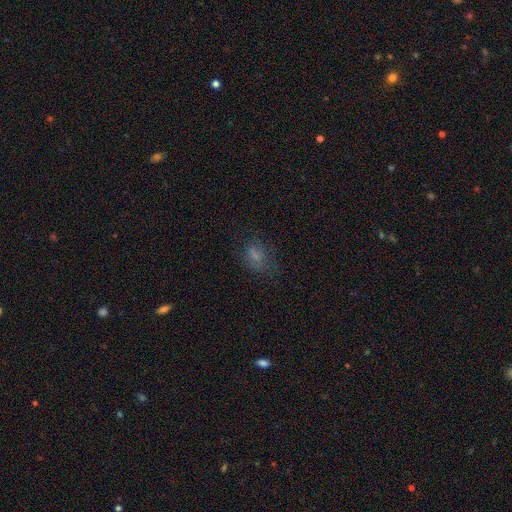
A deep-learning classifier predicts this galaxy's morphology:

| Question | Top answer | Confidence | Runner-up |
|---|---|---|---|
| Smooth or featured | smooth | 64% | star or artifact (20%) |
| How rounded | in between | 72% | round (25%) |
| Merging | none | 57% | minor disturbance (22%) |